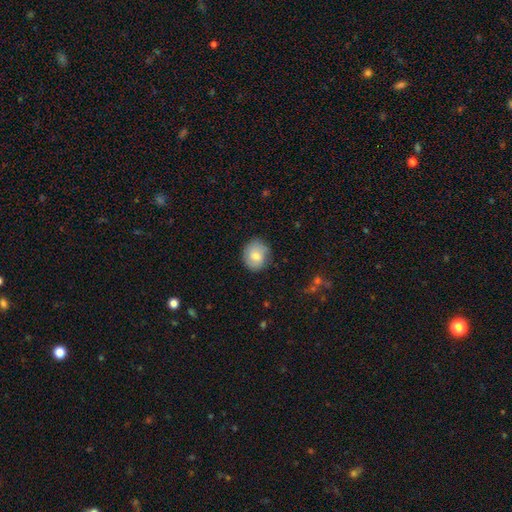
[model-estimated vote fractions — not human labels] Smooth or featured? Predicted: smooth (p=0.75). How rounded? Predicted: round (p=0.67). Merging? Predicted: none (p=0.77).